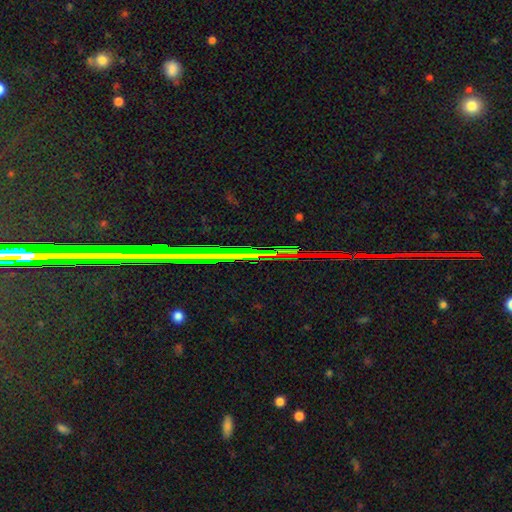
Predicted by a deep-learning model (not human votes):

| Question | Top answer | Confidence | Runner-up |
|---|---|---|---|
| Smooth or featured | star or artifact | 83% | featured or disk (9%) |